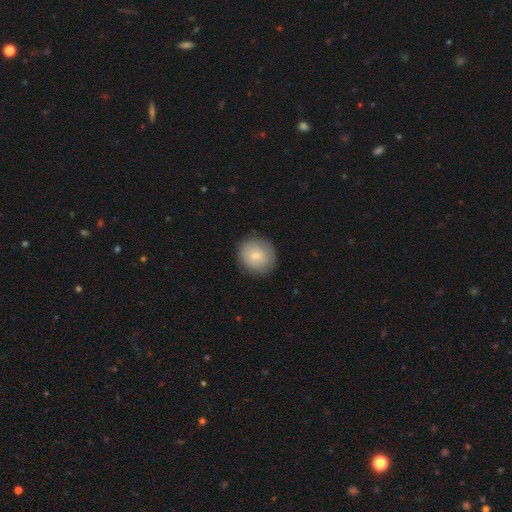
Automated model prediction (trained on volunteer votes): smooth_or_featured: smooth (p=0.78) [alt: featured or disk p=0.15]
how_rounded: round (p=0.83) [alt: in between p=0.16]
merging: none (p=0.85) [alt: minor disturbance p=0.11]